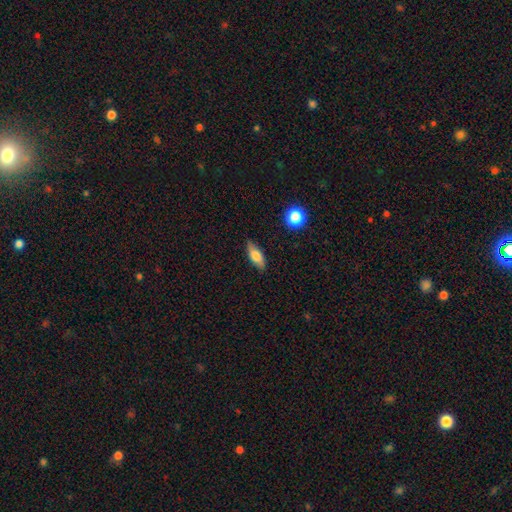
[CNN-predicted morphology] Smooth or featured? smooth (70%)
How rounded? in between (70%)
Merging? none (83%)